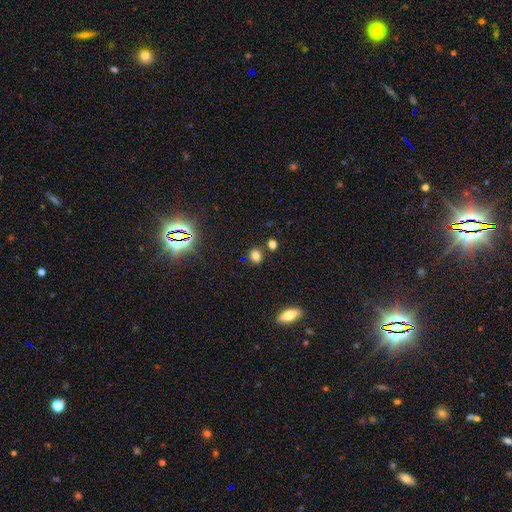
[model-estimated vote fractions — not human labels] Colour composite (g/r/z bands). It shows a smooth galaxy with no disk features (76%) that is round (62%). Merging: none (77%).